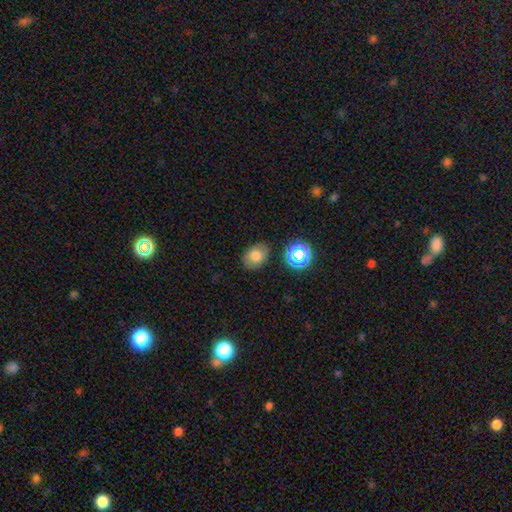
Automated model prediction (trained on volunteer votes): Smooth or featured?
  - smooth: 74% *
  - star or artifact: 14%
  - featured or disk: 12%
How rounded?
  - in between: 71% *
  - round: 28%
  - cigar-shaped: 1%
Merging?
  - none: 82% *
  - minor disturbance: 12%
  - major disturbance: 3%
  - merger: 3%